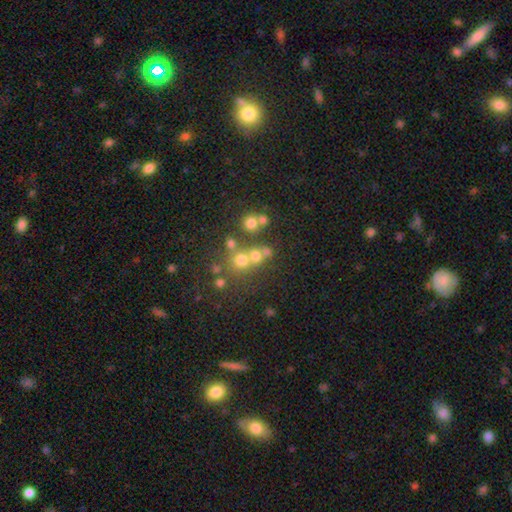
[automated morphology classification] The model was most divided on "merging": none: 51%, merger: 34%, minor disturbance: 9%, major disturbance: 5%. More confident: how rounded — round (82%); smooth or featured — smooth (61%).